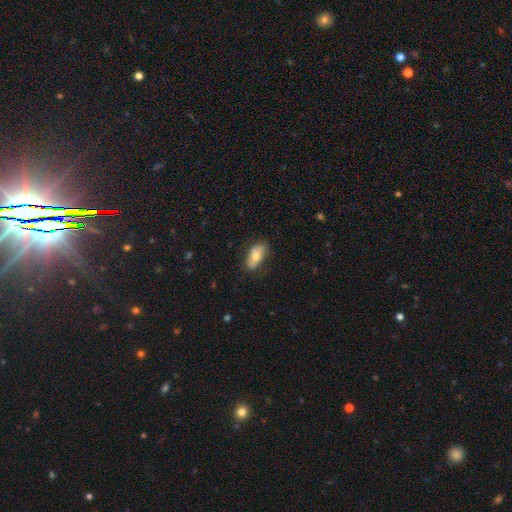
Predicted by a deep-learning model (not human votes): Smooth or featured? smooth (65%)
How rounded? in between (88%)
Merging? none (77%)